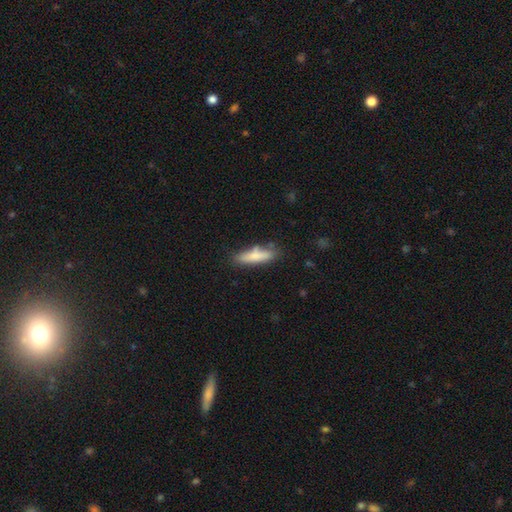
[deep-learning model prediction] smooth_or_featured: smooth (p=0.76) [alt: featured or disk p=0.17]
how_rounded: cigar-shaped (p=0.69) [alt: in between p=0.29]
merging: none (p=0.67) [alt: minor disturbance p=0.20]